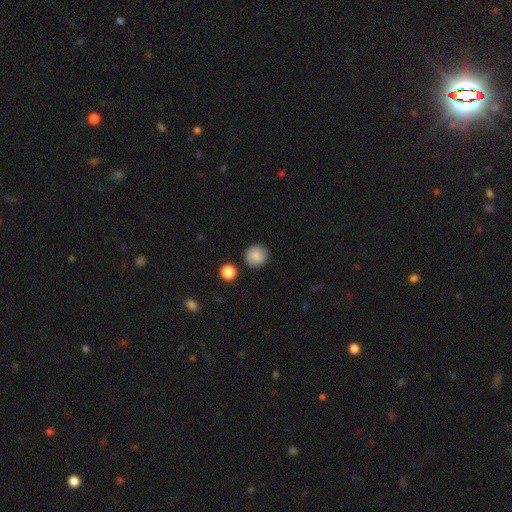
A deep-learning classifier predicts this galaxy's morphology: A smooth galaxy with no disk features (87%) that is round (94%). Merging: none (89%).